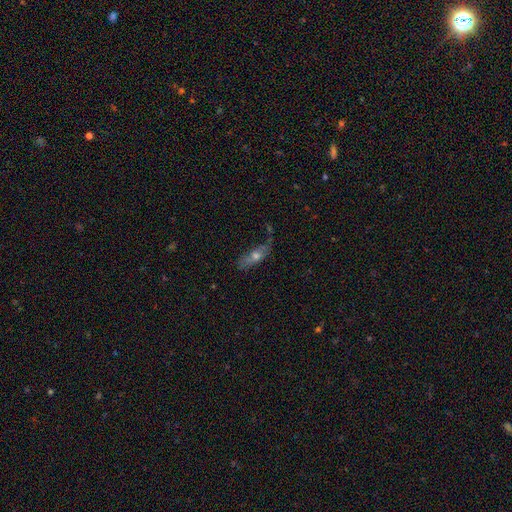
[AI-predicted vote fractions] smooth 48%, featured or disk 41%, star or artifact 11%. Down the decision tree: merging — none (59%).